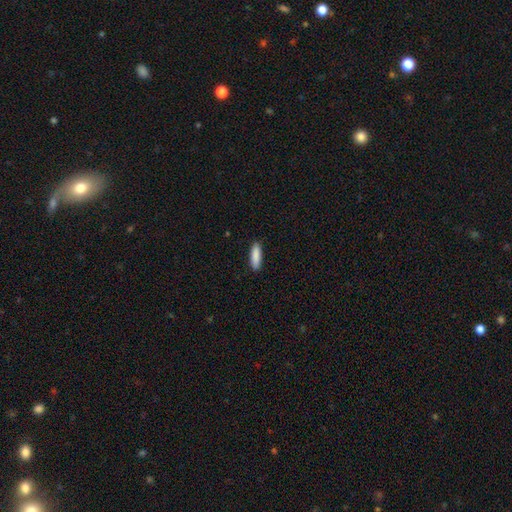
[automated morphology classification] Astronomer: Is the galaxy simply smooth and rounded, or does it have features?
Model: smooth — 89%.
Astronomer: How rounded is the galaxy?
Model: cigar-shaped — 59% (runner-up: in between, 40%).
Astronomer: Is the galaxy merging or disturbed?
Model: none — 89%.